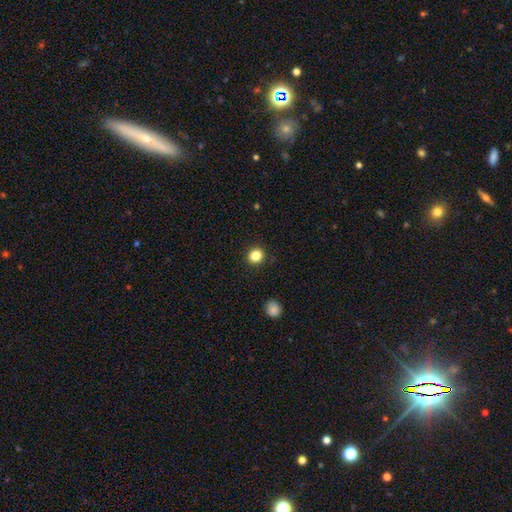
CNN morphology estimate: A smooth galaxy with no disk features (84%) that is round (89%).

Vote fractions:
- Smooth or featured? smooth: 84% / star or artifact: 12% / featured or disk: 4%
- How rounded? round: 89% / in between: 10% / cigar-shaped: 1%
- Merging? none: 92% / minor disturbance: 6% / major disturbance: 2% / merger: 1%